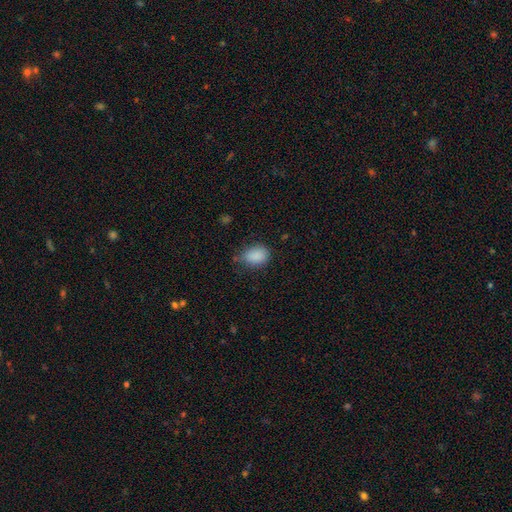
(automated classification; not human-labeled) The model was most divided on "merging": none: 65%, minor disturbance: 27%, major disturbance: 6%, merger: 2%. More confident: smooth or featured — smooth (87%); how rounded — in between (70%).